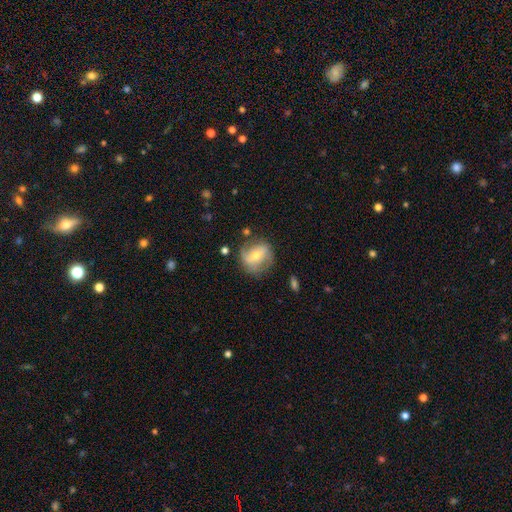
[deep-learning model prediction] featured or disk 54%, smooth 38%, star or artifact 8%. Down the decision tree: edge-on disk — no (94%); bar — weak (39%); spiral arms — yes (69%); bulge size — moderate (49%); merging — none (67%).